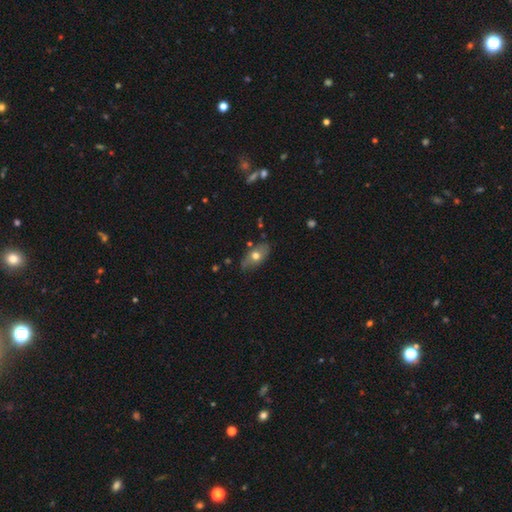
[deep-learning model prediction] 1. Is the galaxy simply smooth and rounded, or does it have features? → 62% smooth, 30% featured or disk, 8% star or artifact.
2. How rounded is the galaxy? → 86% in between, 8% round, 6% cigar-shaped.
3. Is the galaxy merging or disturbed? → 75% none, 18% minor disturbance, 3% major disturbance, 3% merger.